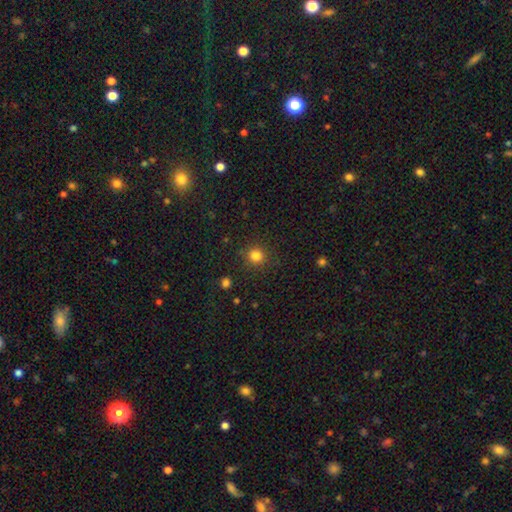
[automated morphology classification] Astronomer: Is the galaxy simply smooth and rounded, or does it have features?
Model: smooth — 82%.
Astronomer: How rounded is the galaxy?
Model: round — 91%.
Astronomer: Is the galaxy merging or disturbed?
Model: none — 88%.